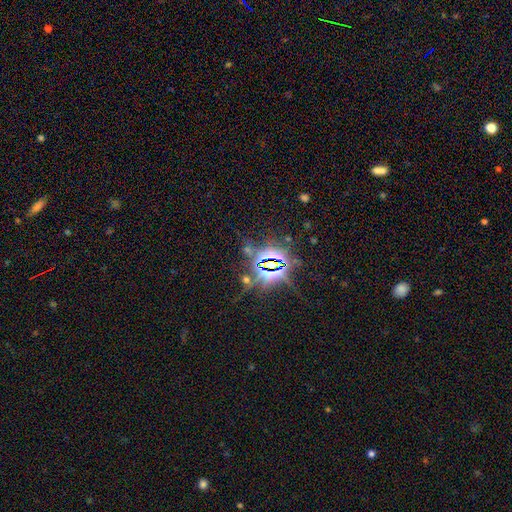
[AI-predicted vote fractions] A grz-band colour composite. It shows a star or artifact, not a galaxy (82%).